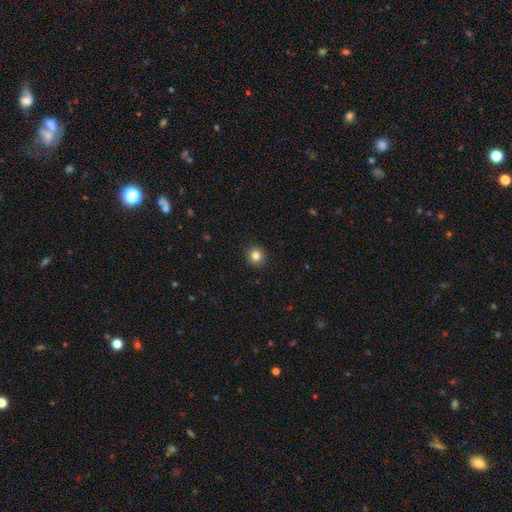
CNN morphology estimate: The model was most divided on "smooth or featured": smooth: 83%, star or artifact: 11%, featured or disk: 6%. More confident: merging — none (92%); how rounded — round (89%).